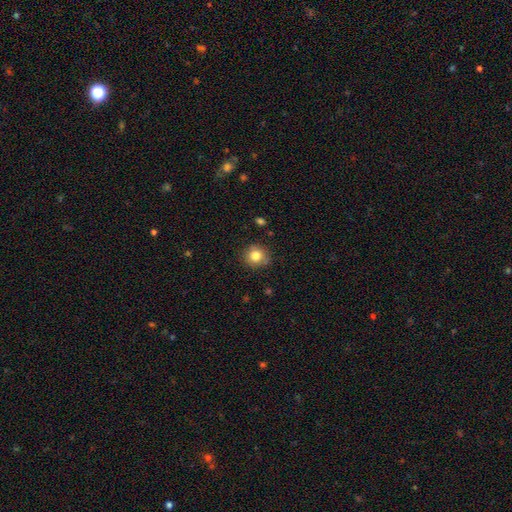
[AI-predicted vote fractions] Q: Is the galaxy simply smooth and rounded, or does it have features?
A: smooth — 82%.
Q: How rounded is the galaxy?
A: round — 87%.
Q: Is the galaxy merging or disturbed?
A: none — 84%.